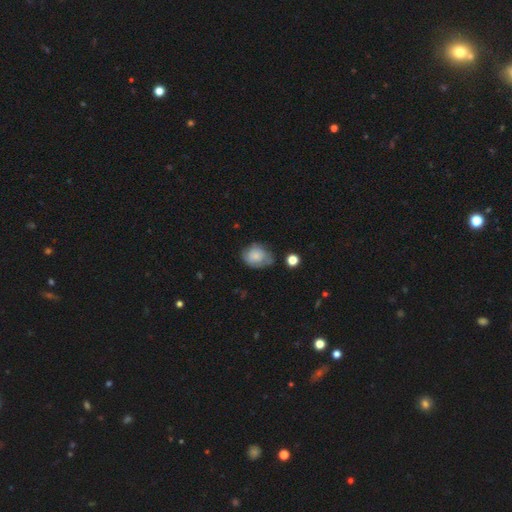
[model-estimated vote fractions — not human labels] Smooth or featured: smooth — 69% (featured or disk — 22%)
How rounded: round — 52% (in between — 47%)
Merging: none — 48% (minor disturbance — 35%)